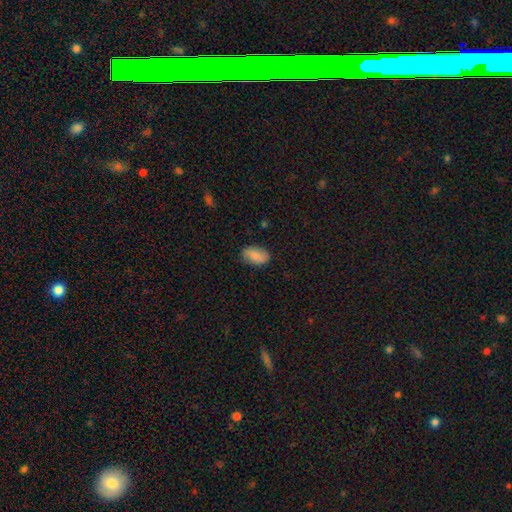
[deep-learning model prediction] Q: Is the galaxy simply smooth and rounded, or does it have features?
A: smooth — 83%.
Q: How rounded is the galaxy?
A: in between — 92%.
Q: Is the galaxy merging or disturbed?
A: none — 81%.